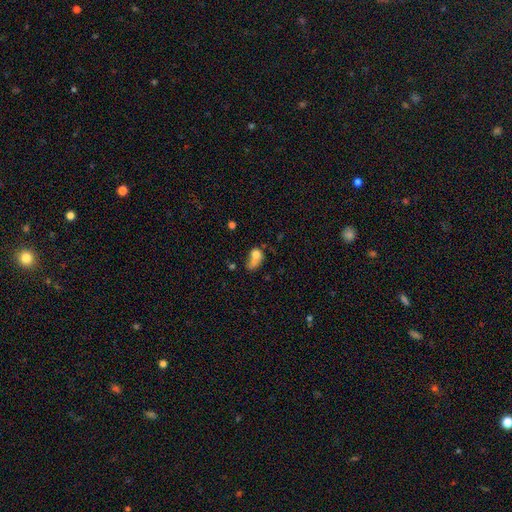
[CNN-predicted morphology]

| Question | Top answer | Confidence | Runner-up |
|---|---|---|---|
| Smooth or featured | smooth | 67% | featured or disk (21%) |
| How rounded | in between | 66% | round (30%) |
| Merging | merger | 34% | major disturbance (31%) |